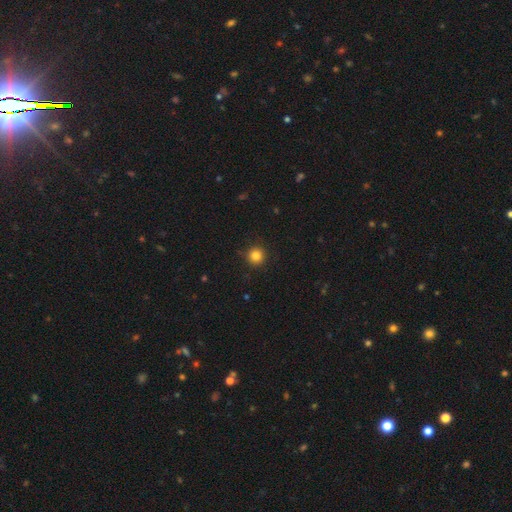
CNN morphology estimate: The model was most divided on "smooth or featured": smooth: 83%, star or artifact: 12%, featured or disk: 5%. More confident: how rounded — round (96%); merging — none (91%).